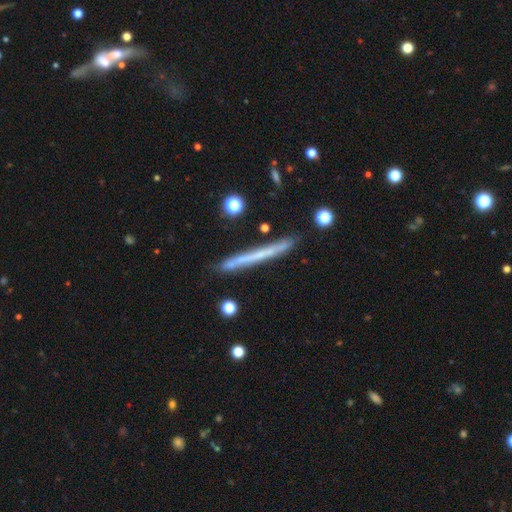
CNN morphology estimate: A featured or disk galaxy (47%). Merging: none (87%).